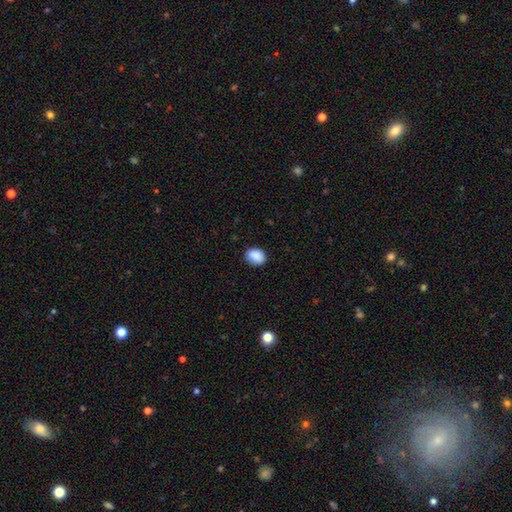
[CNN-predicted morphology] The model was most divided on "how rounded": in between: 65%, round: 34%, cigar-shaped: 1%. More confident: smooth or featured — smooth (89%); merging — none (84%).